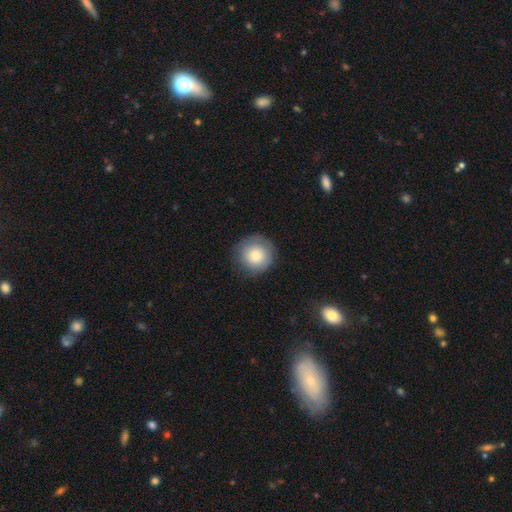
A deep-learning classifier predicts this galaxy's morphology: Smooth or featured?
  - smooth: 81% *
  - featured or disk: 12%
  - star or artifact: 8%
How rounded?
  - round: 95% *
  - in between: 4%
  - cigar-shaped: 1%
Merging?
  - none: 84% *
  - minor disturbance: 11%
  - major disturbance: 3%
  - merger: 1%